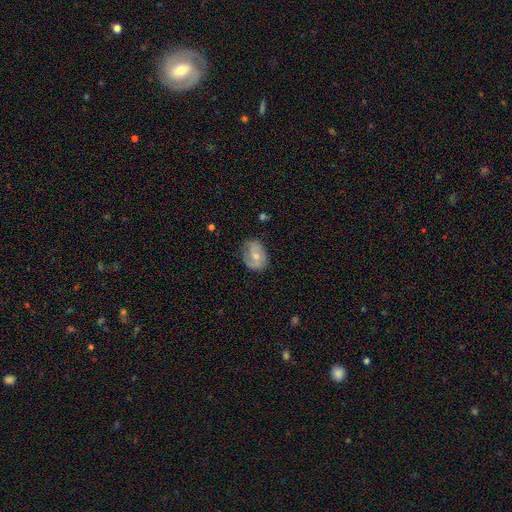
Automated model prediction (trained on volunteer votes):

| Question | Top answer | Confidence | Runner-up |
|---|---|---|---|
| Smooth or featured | featured or disk | 55% | smooth (39%) |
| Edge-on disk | no | 96% | yes (4%) |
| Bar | no | 49% | weak (41%) |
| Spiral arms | yes | 80% | no (20%) |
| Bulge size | moderate | 49% | small (46%) |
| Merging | none | 68% | minor disturbance (24%) |